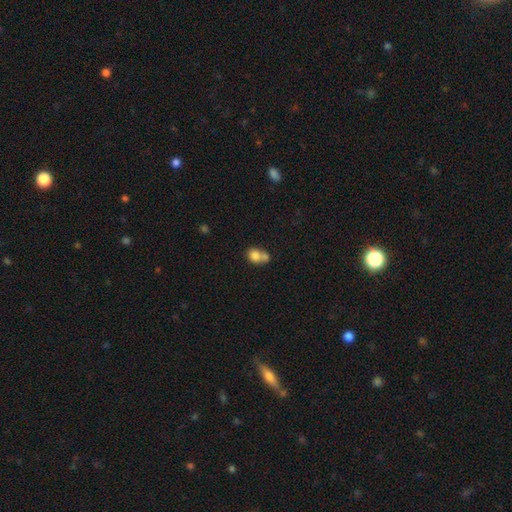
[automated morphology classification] A smooth galaxy with no disk features (78%) that is round (58%).

Vote fractions:
- Smooth or featured? smooth: 78% / featured or disk: 13% / star or artifact: 9%
- How rounded? round: 58% / in between: 41% / cigar-shaped: 1%
- Merging? merger: 58% / none: 29% / minor disturbance: 9% / major disturbance: 4%